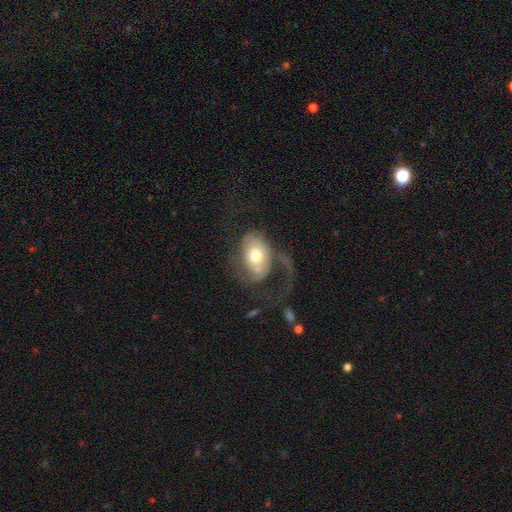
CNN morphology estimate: Overall: featured or disk (53%; smooth 41%). Edge-on disk: no (95%). Merging: major disturbance (53%; none 25%).